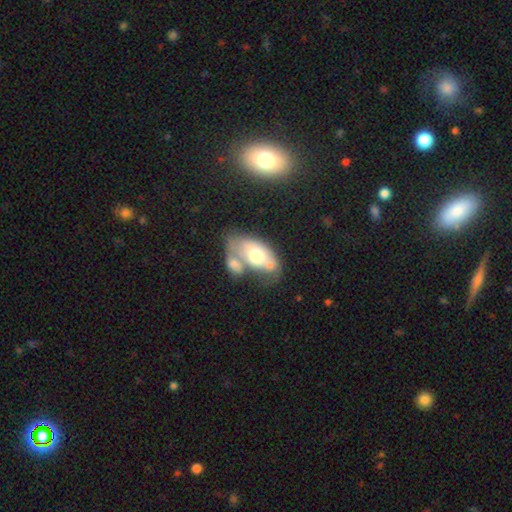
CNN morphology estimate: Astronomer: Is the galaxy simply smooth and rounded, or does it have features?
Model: smooth — 54% (runner-up: featured or disk, 39%).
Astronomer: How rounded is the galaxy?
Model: in between — 91%.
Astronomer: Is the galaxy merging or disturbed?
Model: merger — 52%.